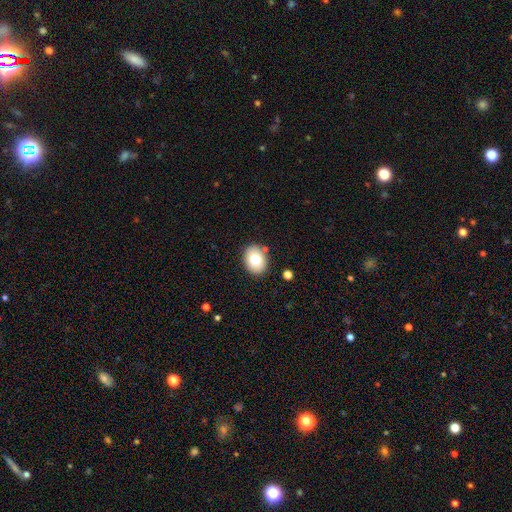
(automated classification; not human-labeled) The model was most divided on "how rounded": in between: 57%, round: 42%, cigar-shaped: 1%. More confident: merging — none (85%); smooth or featured — smooth (75%).